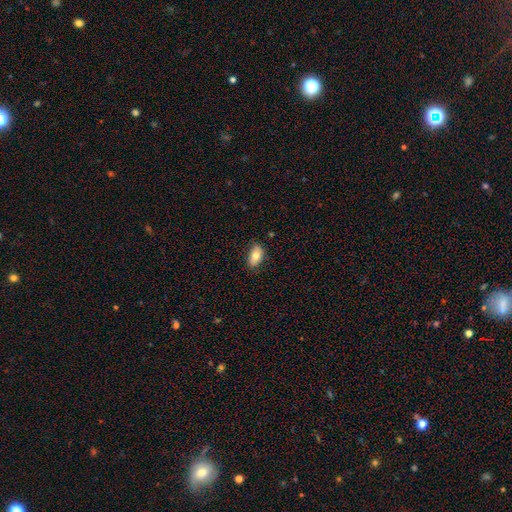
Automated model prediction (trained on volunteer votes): smooth-or-featured: smooth: 78% | featured or disk: 15% | star or artifact: 7%
  how-rounded: in between: 92% | round: 5% | cigar-shaped: 3%
  merging: none: 79% | minor disturbance: 17% | major disturbance: 3% | merger: 1%